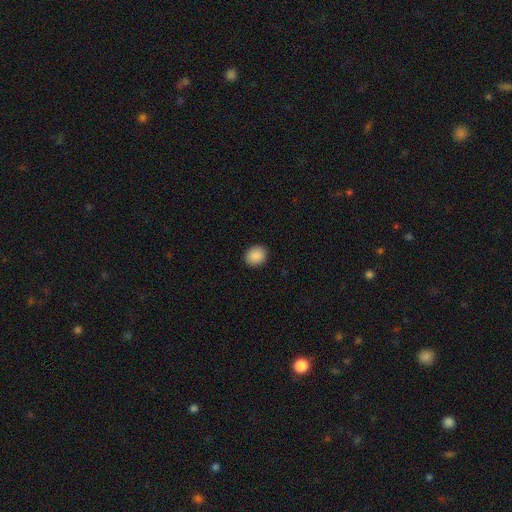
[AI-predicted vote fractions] smooth-or-featured: smooth: 89% | star or artifact: 8% | featured or disk: 2%
  how-rounded: round: 68% | in between: 31% | cigar-shaped: 1%
  merging: none: 91% | minor disturbance: 6% | major disturbance: 2% | merger: 1%